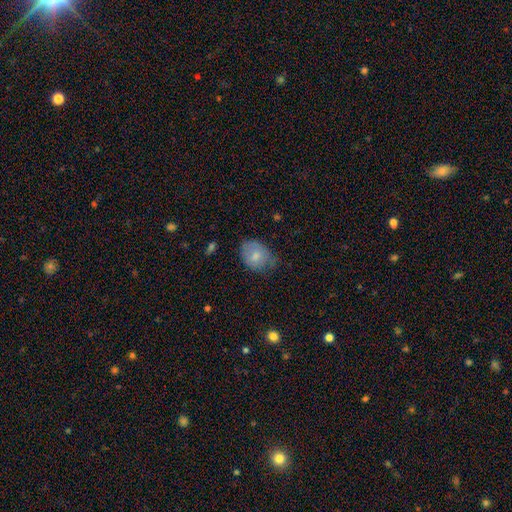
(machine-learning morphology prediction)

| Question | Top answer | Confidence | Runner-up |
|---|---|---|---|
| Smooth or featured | smooth | 74% | featured or disk (19%) |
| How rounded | in between | 63% | round (36%) |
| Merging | none | 49% | minor disturbance (38%) |